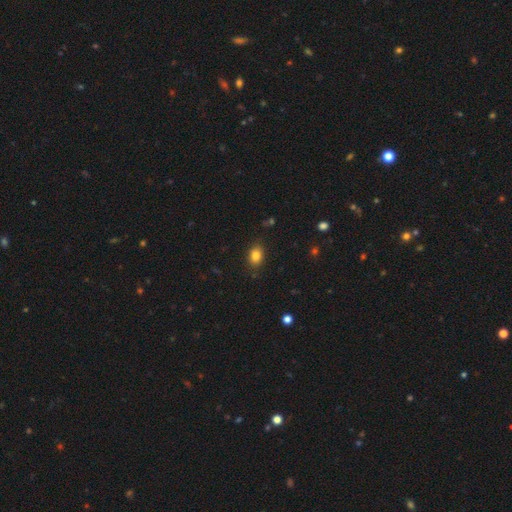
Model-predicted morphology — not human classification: Smooth or featured? Predicted: smooth (p=0.82). How rounded? Predicted: in between (p=0.68). Merging? Predicted: none (p=0.85).